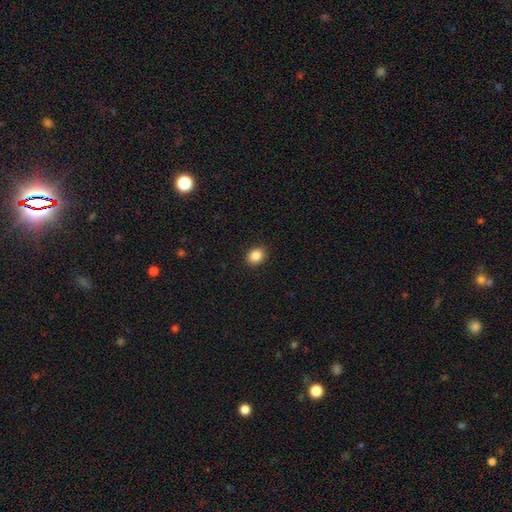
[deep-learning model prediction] Q: Smooth or featured?
A: smooth (87%); runner-up: star or artifact (9%)
Q: How rounded?
A: in between (53%); runner-up: round (46%)
Q: Merging?
A: none (91%); runner-up: minor disturbance (6%)